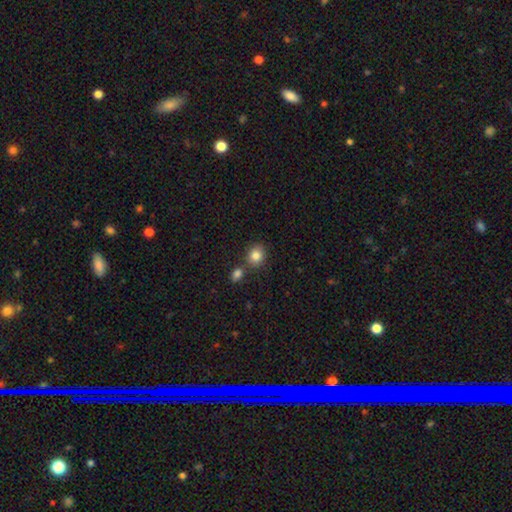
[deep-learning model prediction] smooth_or_featured: smooth (p=0.84) [alt: star or artifact p=0.10]
how_rounded: round (p=0.68) [alt: in between p=0.31]
merging: none (p=0.70) [alt: merger p=0.17]